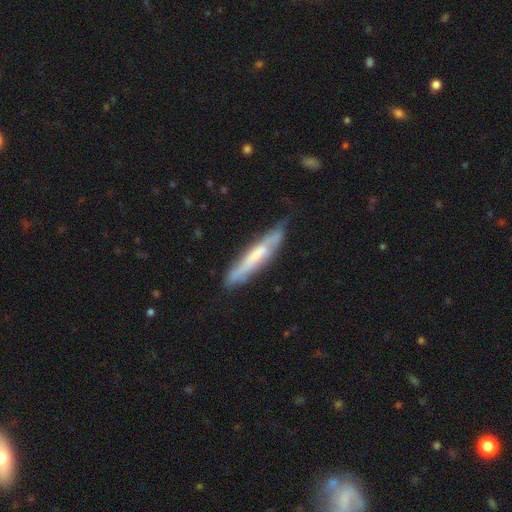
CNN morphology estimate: type=featured or disk (50%); edge-on=yes (75%); merging=none (67%).